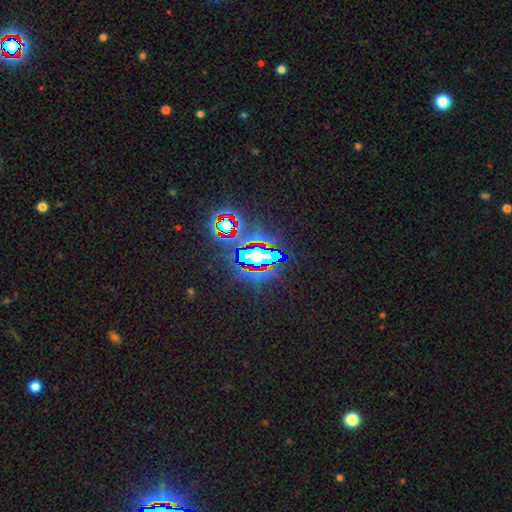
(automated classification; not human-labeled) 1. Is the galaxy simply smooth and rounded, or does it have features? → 65% star or artifact, 20% smooth, 16% featured or disk.